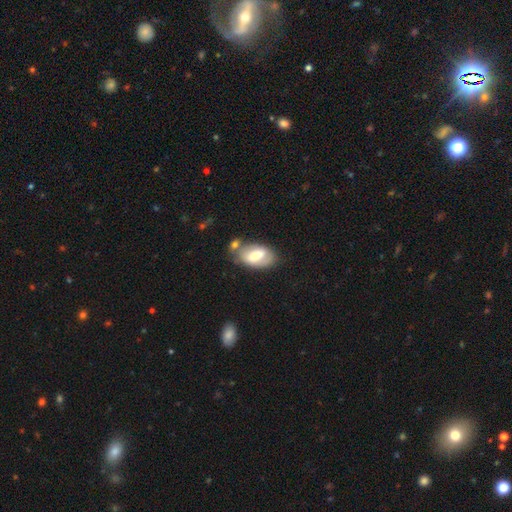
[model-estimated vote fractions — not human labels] This appears to be a smooth galaxy with no disk features (59%) that is in between round and cigar-shaped (92%). Merging: none (54%).